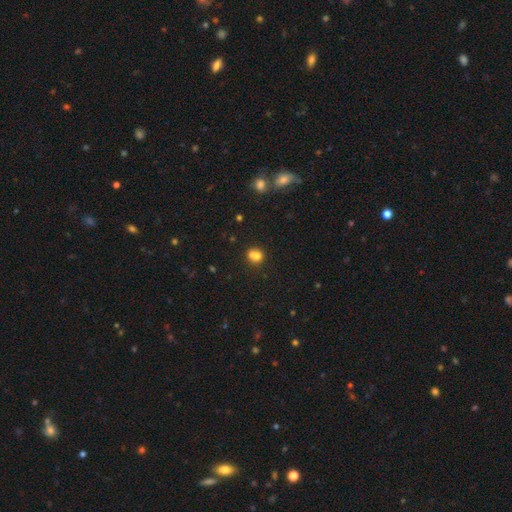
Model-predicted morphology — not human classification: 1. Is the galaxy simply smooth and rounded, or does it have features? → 75% smooth, 13% star or artifact, 12% featured or disk.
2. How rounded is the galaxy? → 75% round, 24% in between, 1% cigar-shaped.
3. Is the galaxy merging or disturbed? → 43% merger, 41% none, 11% minor disturbance, 4% major disturbance.